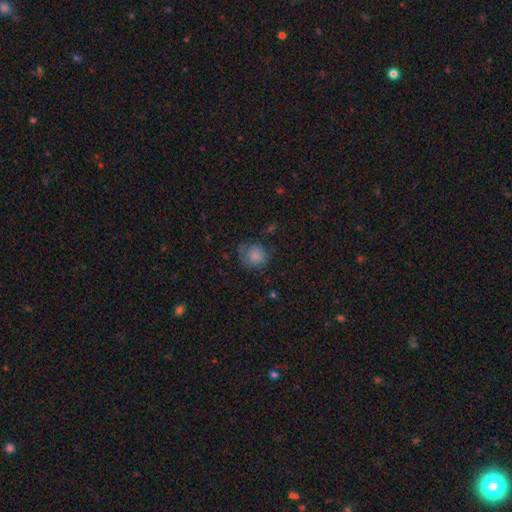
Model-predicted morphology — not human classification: This appears to be a smooth galaxy with no disk features (77%) that is round (79%). Merging: none (55%).